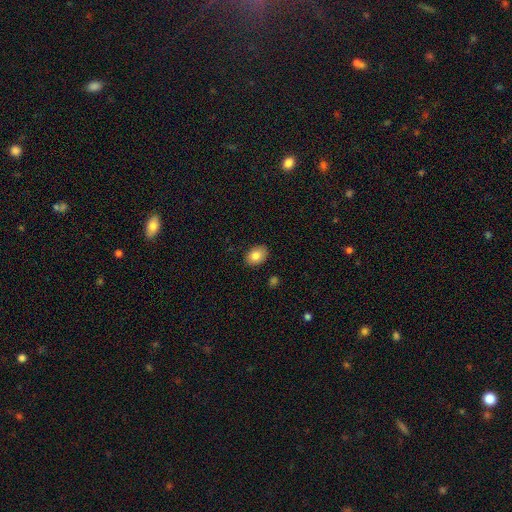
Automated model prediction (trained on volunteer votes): Q: Smooth or featured?
A: smooth (83%); runner-up: featured or disk (9%)
Q: How rounded?
A: in between (78%); runner-up: round (21%)
Q: Merging?
A: none (87%); runner-up: minor disturbance (9%)